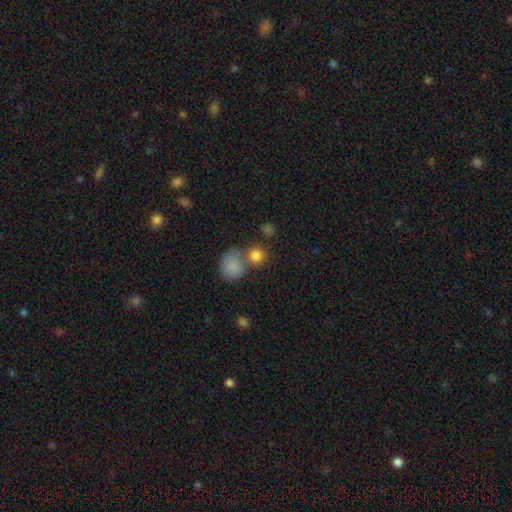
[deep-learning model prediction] Smooth or featured?
  - smooth: 83% *
  - star or artifact: 10%
  - featured or disk: 7%
How rounded?
  - round: 85% *
  - in between: 14%
  - cigar-shaped: 1%
Merging?
  - none: 57% *
  - merger: 30%
  - minor disturbance: 9%
  - major disturbance: 4%